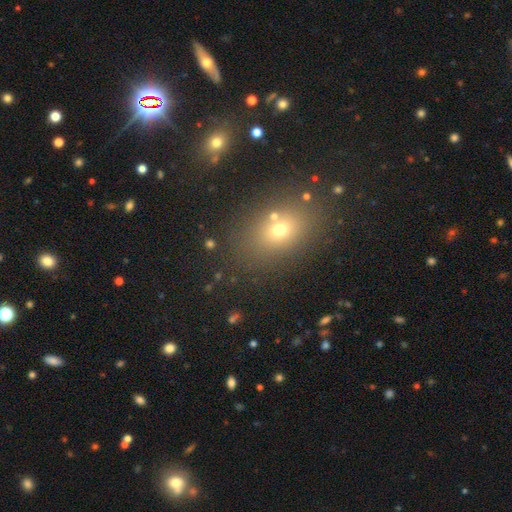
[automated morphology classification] Smooth or featured? smooth (55%)
How rounded? in between (61%)
Merging? none (80%)